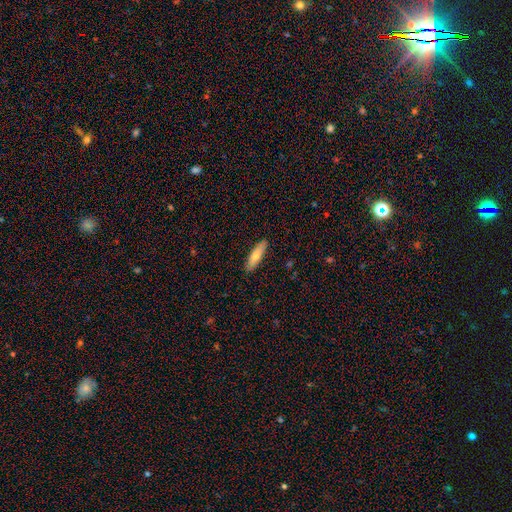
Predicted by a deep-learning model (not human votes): Smooth or featured? Predicted: smooth (p=0.73). How rounded? Predicted: cigar-shaped (p=0.67). Merging? Predicted: none (p=0.89).